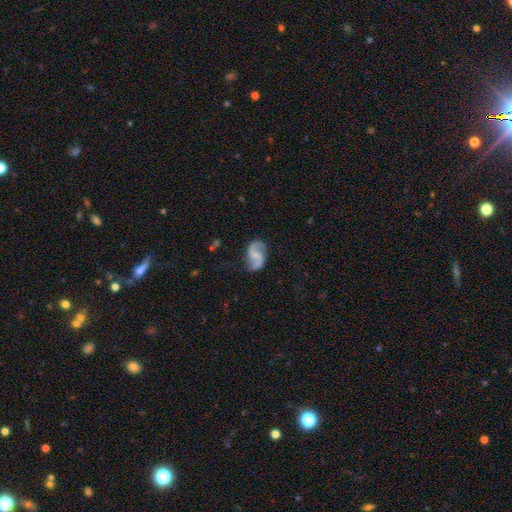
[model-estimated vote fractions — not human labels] Smooth or featured?
  - featured or disk: 86% *
  - smooth: 9%
  - star or artifact: 5%
Edge-on disk?
  - no: 98% *
  - yes: 2%
Bar?
  - weak: 48% *
  - no: 36%
  - strong: 16%
Spiral arms?
  - yes: 96% *
  - no: 4%
Spiral winding?
  - loose: 62% *
  - medium: 31%
  - tight: 7%
Spiral arm count?
  - 2: 93% *
  - can't tell: 2%
  - 1: 2%
  - 3: 1%
  - 4: 1%
  - more than 4: 1%
Bulge size?
  - small: 39% * (tied)
  - none: 39% * (tied)
  - moderate: 19%
  - large: 2%
  - dominant: 1%
Merging?
  - none: 76% *
  - minor disturbance: 16%
  - major disturbance: 6%
  - merger: 2%